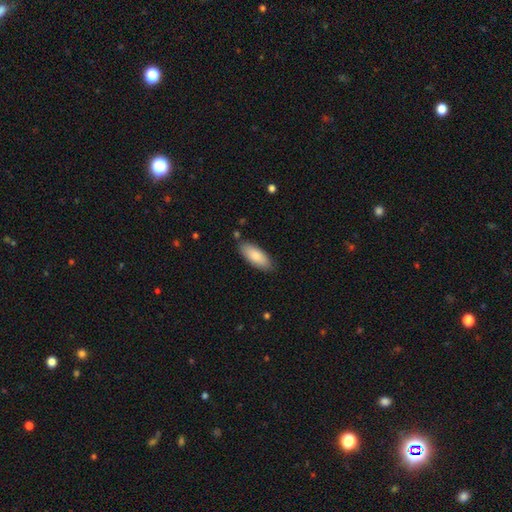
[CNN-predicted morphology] Smooth or featured?
  - smooth: 84% *
  - featured or disk: 10%
  - star or artifact: 6%
How rounded?
  - in between: 78% *
  - cigar-shaped: 20%
  - round: 2%
Merging?
  - none: 84% *
  - minor disturbance: 12%
  - major disturbance: 2%
  - merger: 2%